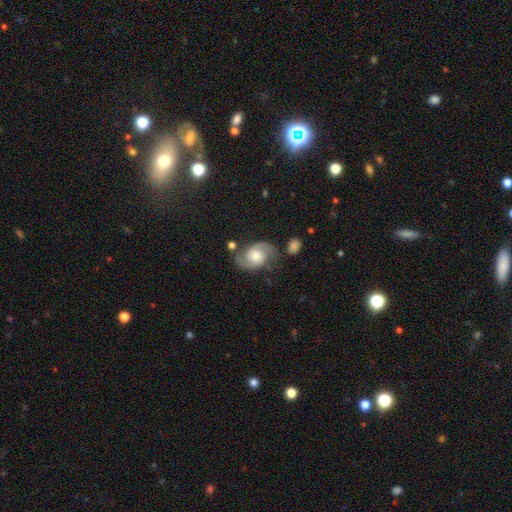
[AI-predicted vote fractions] Overall: featured or disk (79%). Edge-on disk: no (98%). Bar: no (64%; weak 30%). Spiral arms: yes (95%). Spiral arm count: 2 (92%). Spiral winding: medium (54%; tight 24%). Bulge size: moderate (59%). Merging: none (69%).